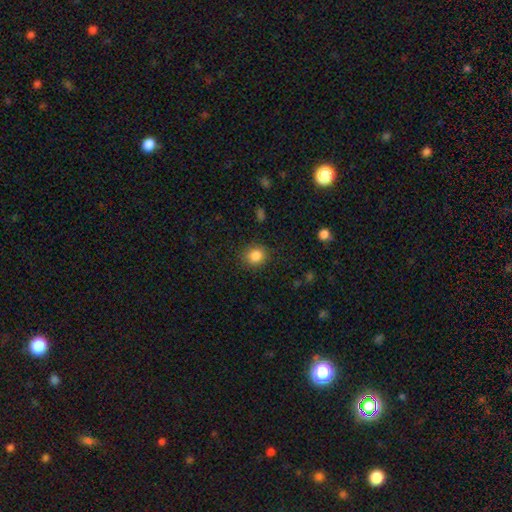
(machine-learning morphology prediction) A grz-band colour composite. It shows a smooth galaxy with no disk features (85%) that is round (84%). Merging: none (86%).